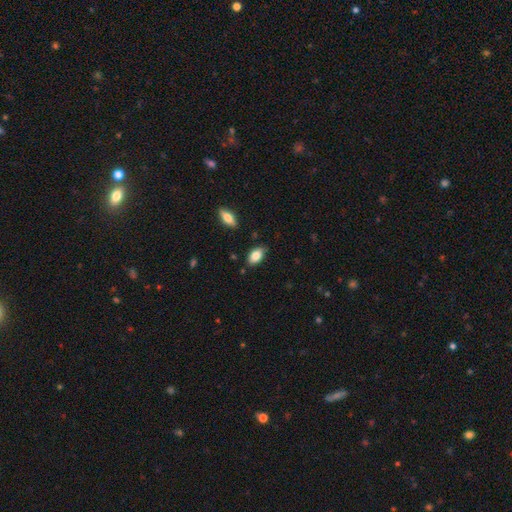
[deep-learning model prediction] Smooth or featured: smooth — 83% (featured or disk — 9%)
How rounded: in between — 91% (round — 6%)
Merging: none — 80% (minor disturbance — 15%)